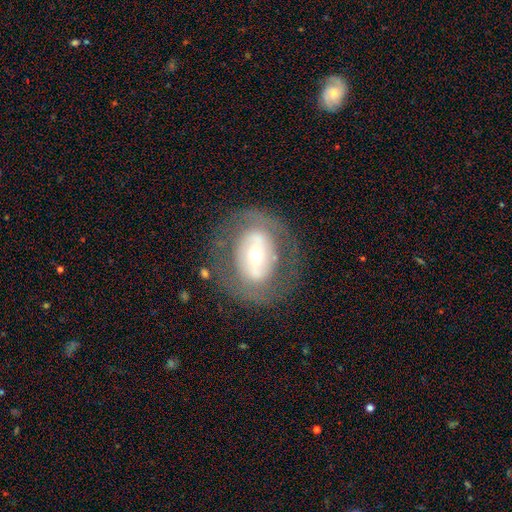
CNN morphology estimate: Overall: featured or disk (67%). Edge-on disk: no (94%). Bar: no (40%; strong 32%). Spiral arms: no (61%; yes 39%). Bulge size: moderate (51%; small 40%). Merging: none (71%).